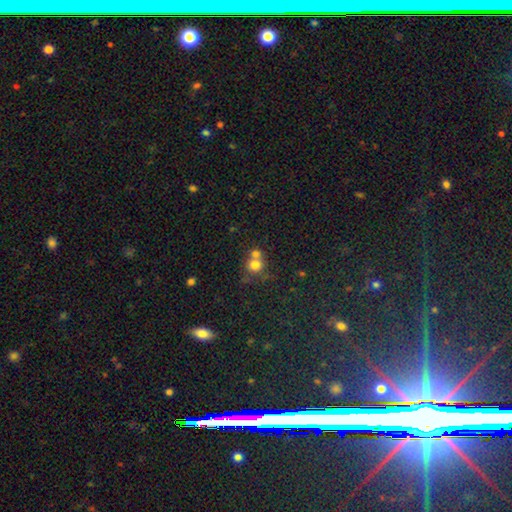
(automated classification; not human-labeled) smooth-or-featured: smooth: 65% | star or artifact: 22% | featured or disk: 13%
  how-rounded: round: 85% | in between: 14% | cigar-shaped: 1%
  merging: none: 47% | merger: 41% | minor disturbance: 8% | major disturbance: 4%